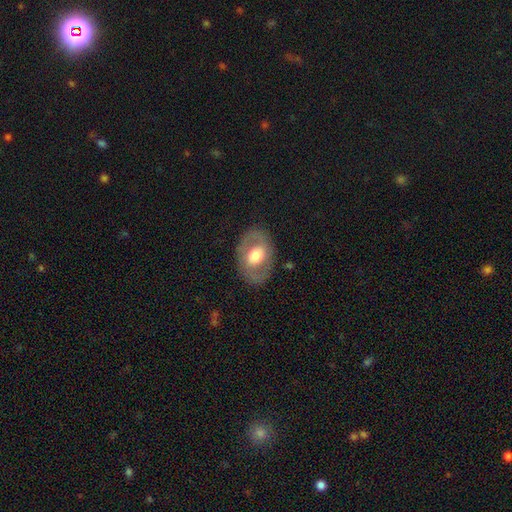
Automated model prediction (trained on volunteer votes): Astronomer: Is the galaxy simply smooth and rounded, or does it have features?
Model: featured or disk — 56% (runner-up: smooth, 38%).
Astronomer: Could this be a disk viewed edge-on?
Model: no — 94%.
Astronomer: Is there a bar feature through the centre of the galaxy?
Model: no — 53% (runner-up: weak, 32%).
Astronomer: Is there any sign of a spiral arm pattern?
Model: no — 55% (runner-up: yes, 45%).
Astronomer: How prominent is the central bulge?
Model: moderate — 58%.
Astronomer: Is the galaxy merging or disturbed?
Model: none — 80%.